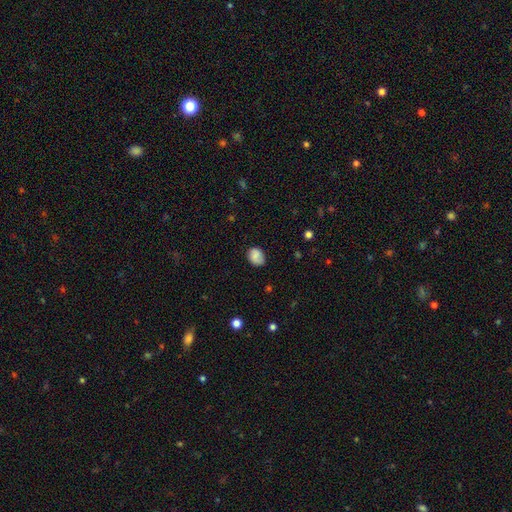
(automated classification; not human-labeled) The model was most divided on "how rounded": in between: 56%, round: 43%, cigar-shaped: 1%. More confident: smooth or featured — smooth (81%); merging — none (70%).